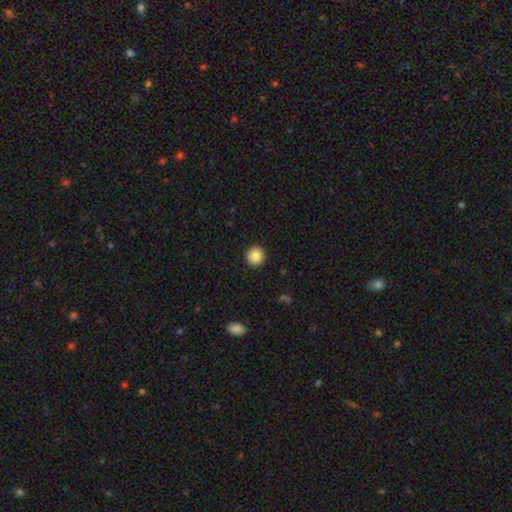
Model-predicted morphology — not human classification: This is clearly a smooth galaxy (84%). How rounded: clearly round (94%). Merging: clearly none (93%).